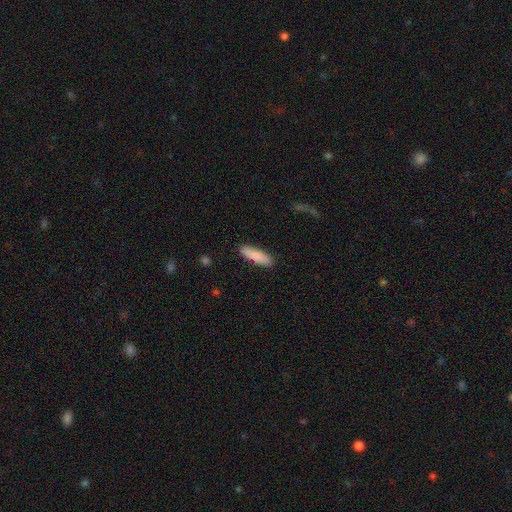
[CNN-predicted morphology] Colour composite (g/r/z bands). It shows a smooth galaxy with no disk features (84%) that is cigar-shaped (69%). Merging: none (89%).